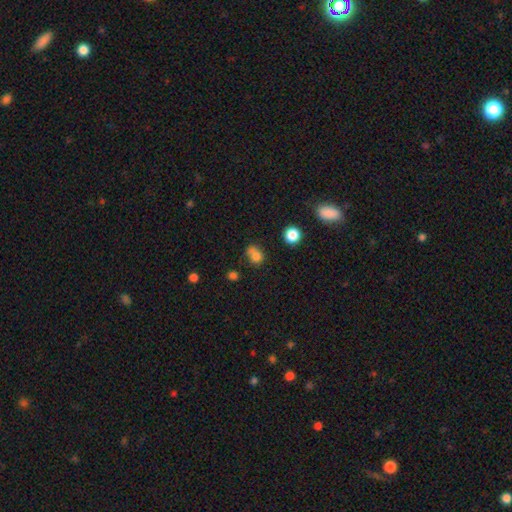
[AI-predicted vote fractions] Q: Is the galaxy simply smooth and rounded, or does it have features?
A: smooth — 75%.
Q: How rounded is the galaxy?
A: round — 62%.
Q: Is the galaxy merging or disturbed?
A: none — 40%.